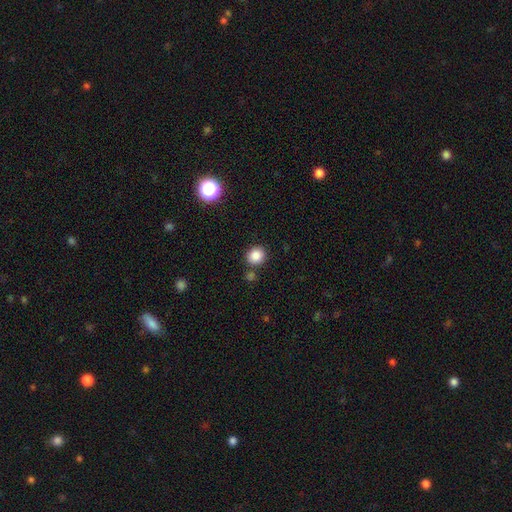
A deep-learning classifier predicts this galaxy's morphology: The model was most divided on "how rounded": round: 81%, in between: 18%, cigar-shaped: 1%. More confident: smooth or featured — smooth (86%); merging — none (81%).